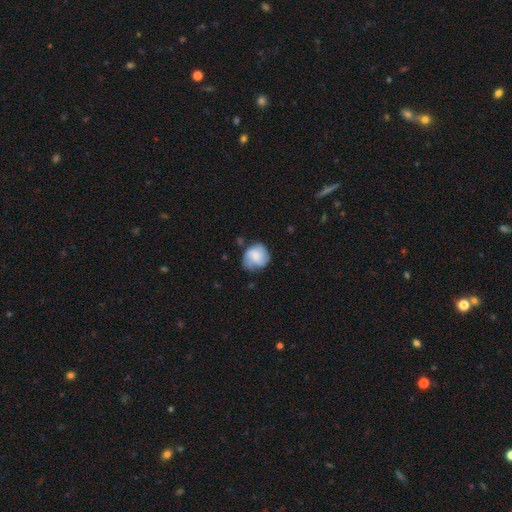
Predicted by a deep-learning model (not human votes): Smooth or featured?
  - smooth: 51% *
  - featured or disk: 42%
  - star or artifact: 8%
How rounded?
  - round: 76% *
  - in between: 23%
  - cigar-shaped: 1%
Merging?
  - none: 58% *
  - minor disturbance: 29%
  - major disturbance: 11%
  - merger: 3%